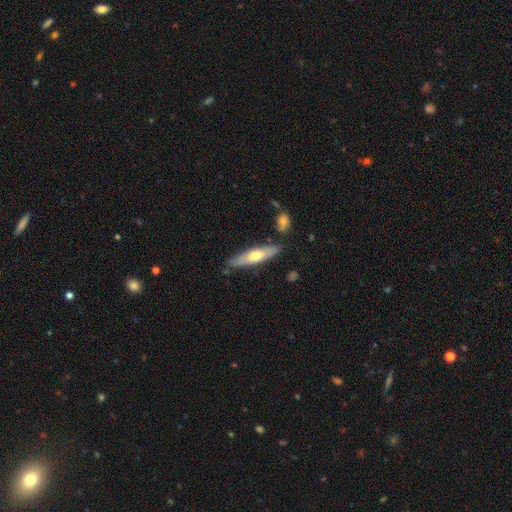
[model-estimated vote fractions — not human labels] smooth_or_featured: smooth (p=0.54) [alt: featured or disk p=0.41]
how_rounded: cigar-shaped (p=0.74) [alt: in between p=0.24]
merging: none (p=0.80) [alt: minor disturbance p=0.14]